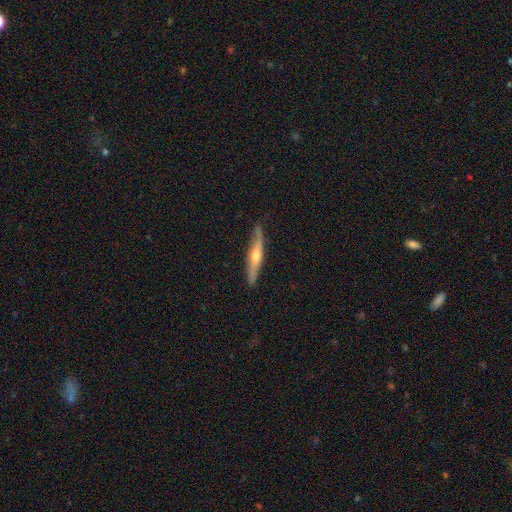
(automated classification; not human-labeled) A featured or disk galaxy (66%) viewed edge-on (91%) with a rounded central bulge (88%). Merging: none (86%).